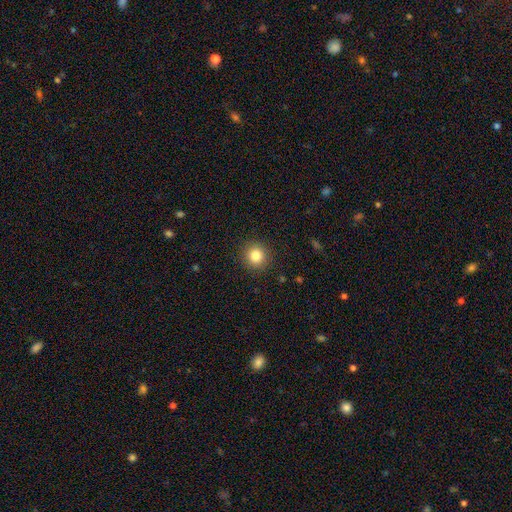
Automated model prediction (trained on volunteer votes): smooth 83%, star or artifact 11%, featured or disk 6%. Down the decision tree: how rounded — round (93%); merging — none (91%).